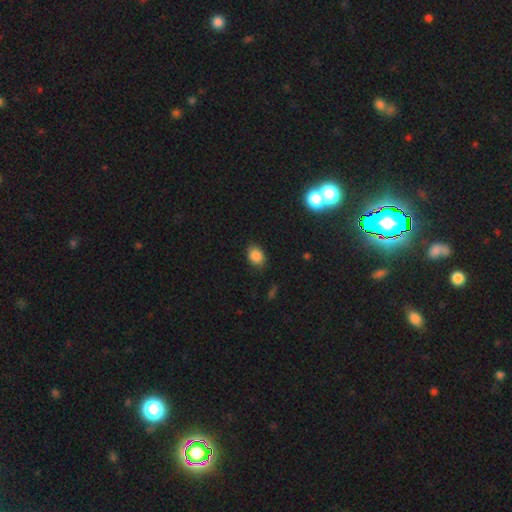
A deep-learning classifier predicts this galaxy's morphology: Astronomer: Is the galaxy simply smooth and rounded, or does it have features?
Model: smooth — 85%.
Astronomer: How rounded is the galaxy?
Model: in between — 63%.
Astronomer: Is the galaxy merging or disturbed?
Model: none — 81%.